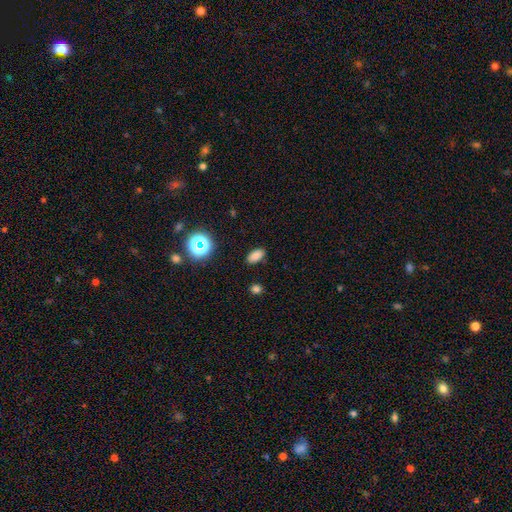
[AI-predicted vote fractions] The model was most divided on "smooth or featured": smooth: 80%, star or artifact: 15%, featured or disk: 5%. More confident: how rounded — in between (89%); merging — none (88%).